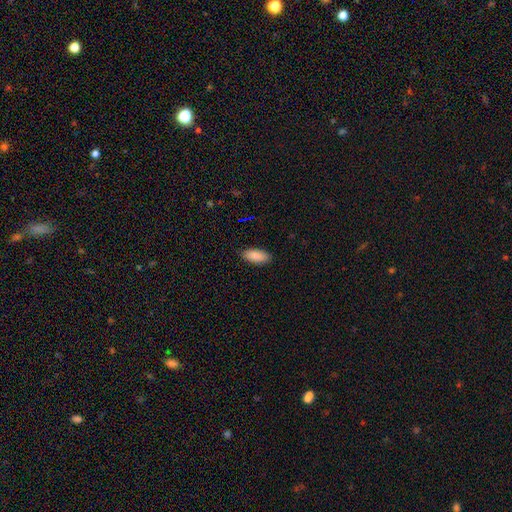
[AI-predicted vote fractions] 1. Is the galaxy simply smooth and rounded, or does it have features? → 86% smooth, 7% featured or disk, 6% star or artifact.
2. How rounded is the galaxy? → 88% in between, 11% cigar-shaped, 2% round.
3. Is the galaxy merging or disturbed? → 89% none, 9% minor disturbance, 2% major disturbance, 1% merger.